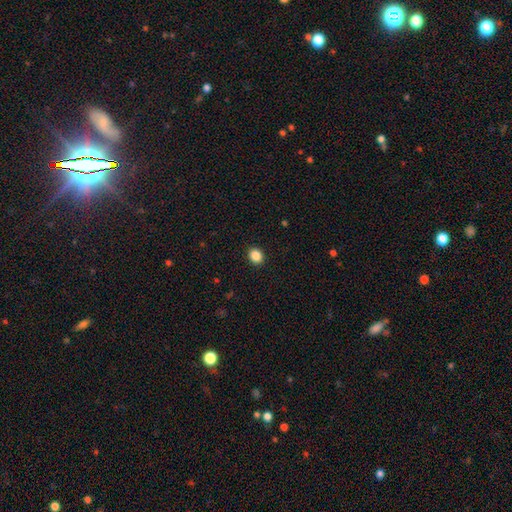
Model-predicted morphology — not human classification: A smooth galaxy with no disk features (87%) that is round (68%).

Vote fractions:
- Smooth or featured? smooth: 87% / star or artifact: 10% / featured or disk: 3%
- How rounded? round: 68% / in between: 31% / cigar-shaped: 1%
- Merging? none: 92% / minor disturbance: 5% / major disturbance: 2% / merger: 1%